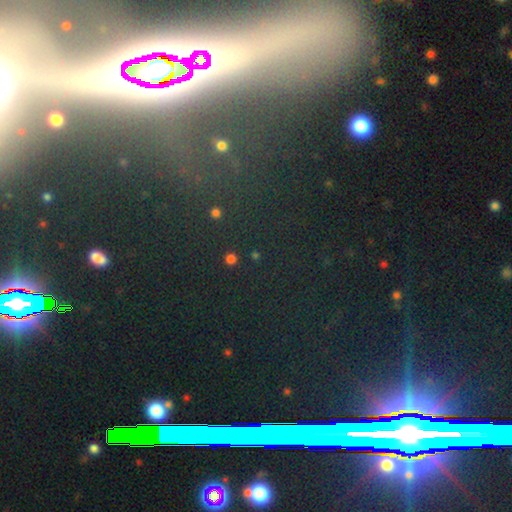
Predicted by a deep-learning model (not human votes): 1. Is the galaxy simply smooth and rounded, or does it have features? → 75% star or artifact, 15% smooth, 10% featured or disk.